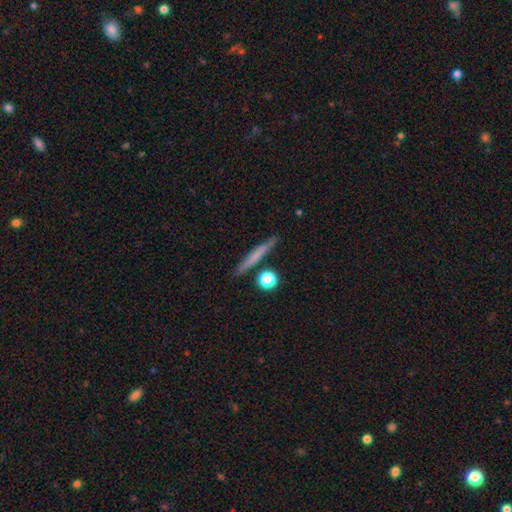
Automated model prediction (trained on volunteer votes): This appears to be a smooth galaxy with no disk features (60%) that is cigar-shaped (89%). Merging: none (85%).